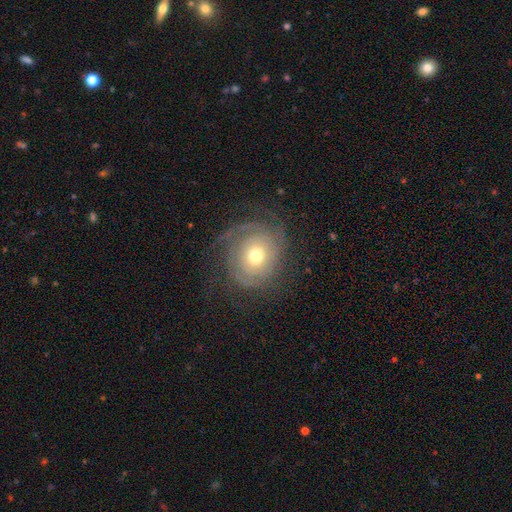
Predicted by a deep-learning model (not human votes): Smooth or featured? featured or disk (71%)
Edge-on disk? no (96%)
Bar? no (82%)
Spiral arms? yes (86%)
Spiral winding? tight (68%)
Spiral arm count? can't tell (40%)
Bulge size? moderate (63%)
Merging? none (68%)